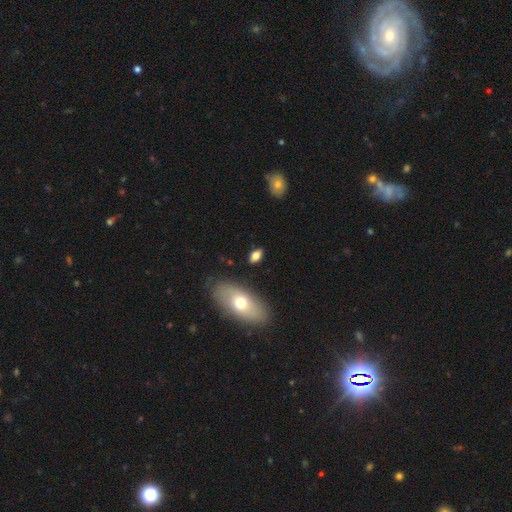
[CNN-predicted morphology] A smooth galaxy with no disk features (76%) that is in between round and cigar-shaped (83%).

Vote fractions:
- Smooth or featured? smooth: 76% / featured or disk: 14% / star or artifact: 10%
- How rounded? in between: 83% / round: 10% / cigar-shaped: 7%
- Merging? none: 80% / minor disturbance: 13% / merger: 4% / major disturbance: 4%